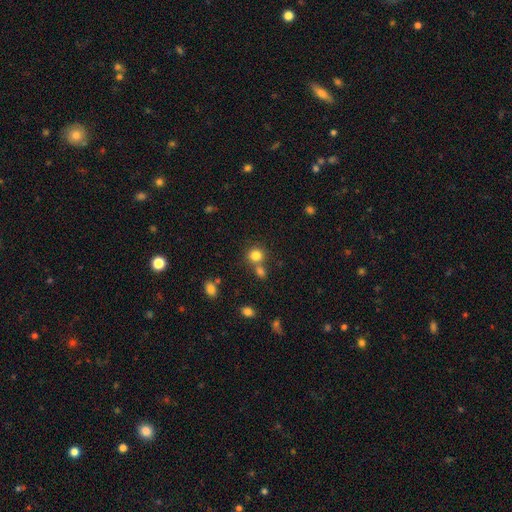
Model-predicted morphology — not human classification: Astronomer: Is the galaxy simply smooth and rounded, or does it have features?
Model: smooth — 81%.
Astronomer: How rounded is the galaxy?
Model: round — 83%.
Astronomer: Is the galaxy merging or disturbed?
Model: none — 61%.